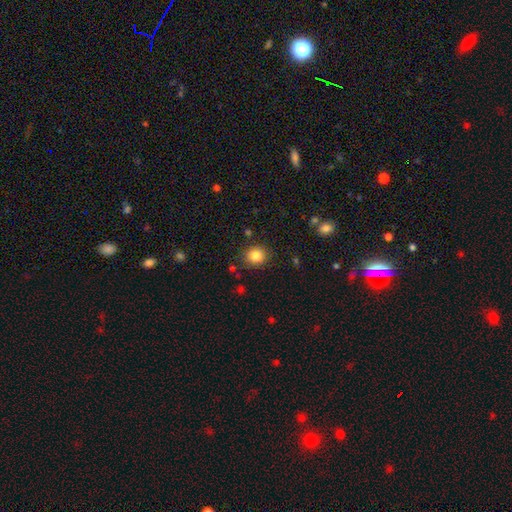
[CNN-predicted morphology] Smooth or featured?
  - smooth: 83% *
  - star or artifact: 11%
  - featured or disk: 6%
How rounded?
  - round: 84% *
  - in between: 15%
  - cigar-shaped: 1%
Merging?
  - none: 87% *
  - minor disturbance: 8%
  - major disturbance: 3%
  - merger: 2%